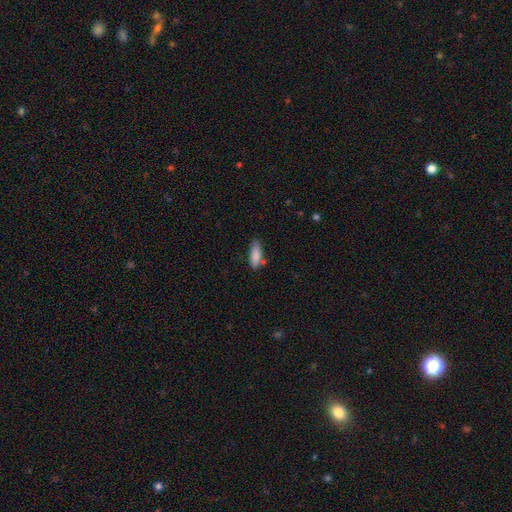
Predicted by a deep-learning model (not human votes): A smooth galaxy with no disk features (86%) that is in between round and cigar-shaped (66%).

Vote fractions:
- Smooth or featured? smooth: 86% / featured or disk: 7% / star or artifact: 7%
- How rounded? in between: 66% / cigar-shaped: 32% / round: 2%
- Merging? none: 70% / minor disturbance: 21% / merger: 5% / major disturbance: 4%